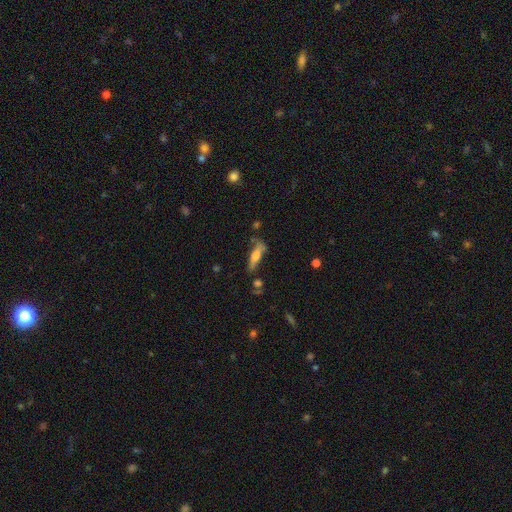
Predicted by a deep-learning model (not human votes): A smooth galaxy with no disk features (51%) that is cigar-shaped (67%). Merging: none (60%).